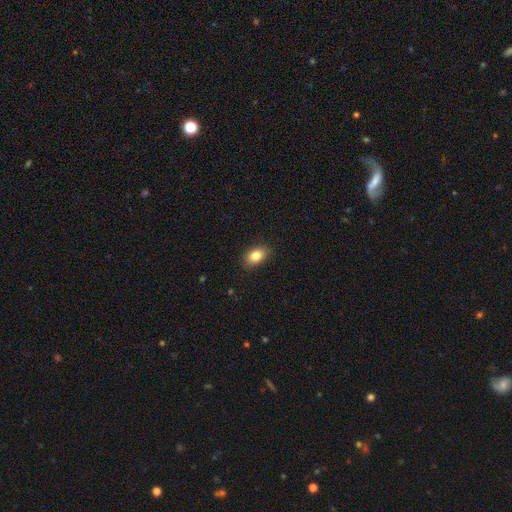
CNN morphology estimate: Smooth or featured?
  - smooth: 83% *
  - star or artifact: 8%
  - featured or disk: 8%
How rounded?
  - in between: 85% *
  - round: 13%
  - cigar-shaped: 2%
Merging?
  - none: 86% *
  - minor disturbance: 10%
  - major disturbance: 2%
  - merger: 1%